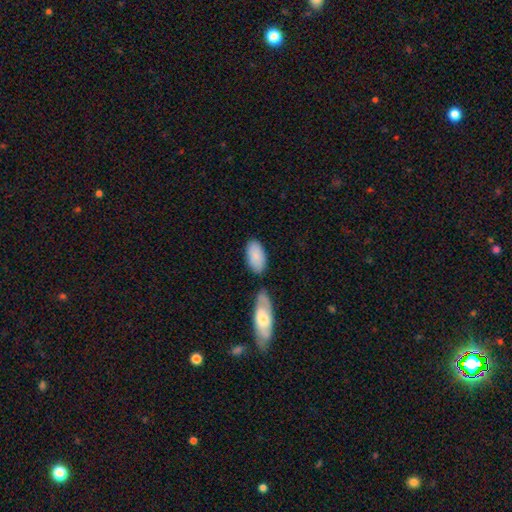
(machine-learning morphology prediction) Q: Smooth or featured?
A: smooth (83%); runner-up: featured or disk (11%)
Q: How rounded?
A: in between (94%); runner-up: cigar-shaped (4%)
Q: Merging?
A: none (65%); runner-up: merger (16%)